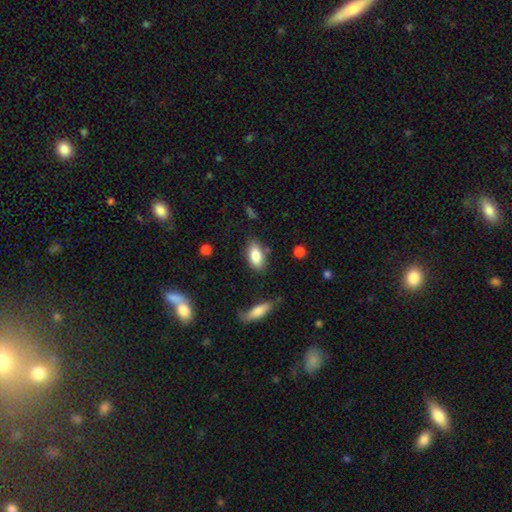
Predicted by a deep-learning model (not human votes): A smooth galaxy with no disk features (83%) that is in between round and cigar-shaped (89%). Merging: none (77%).